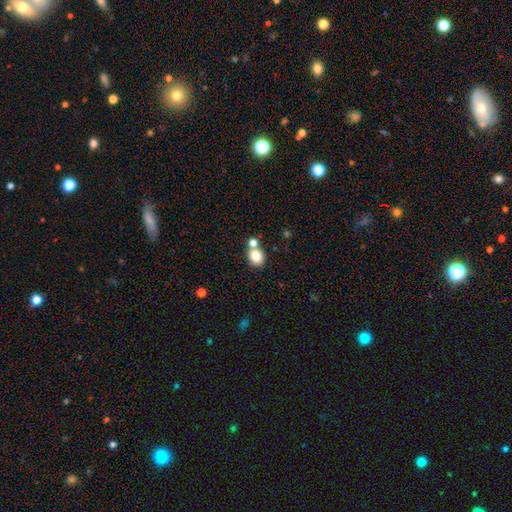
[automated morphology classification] Smooth or featured: smooth — 82% (star or artifact — 10%)
How rounded: in between — 50% (round — 49%)
Merging: none — 58% (merger — 28%)